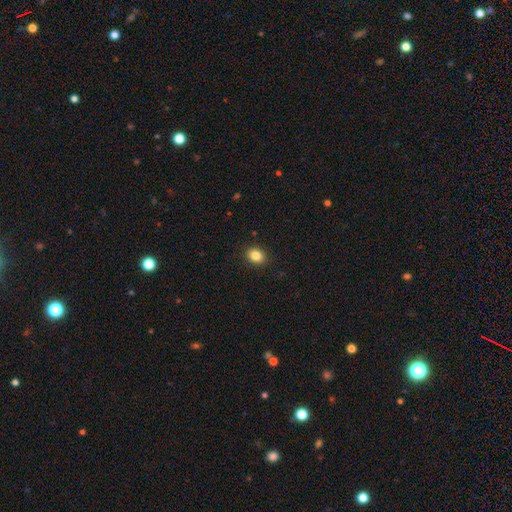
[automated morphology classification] smooth_or_featured: smooth (p=0.85) [alt: star or artifact p=0.10]
how_rounded: in between (p=0.51) [alt: round p=0.48]
merging: none (p=0.90) [alt: minor disturbance p=0.07]